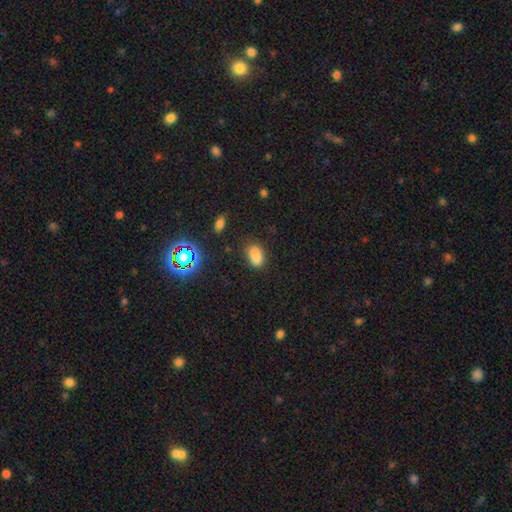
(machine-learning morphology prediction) This appears to be a smooth galaxy with no disk features (82%) that is in between round and cigar-shaped (90%). Merging: none (79%).